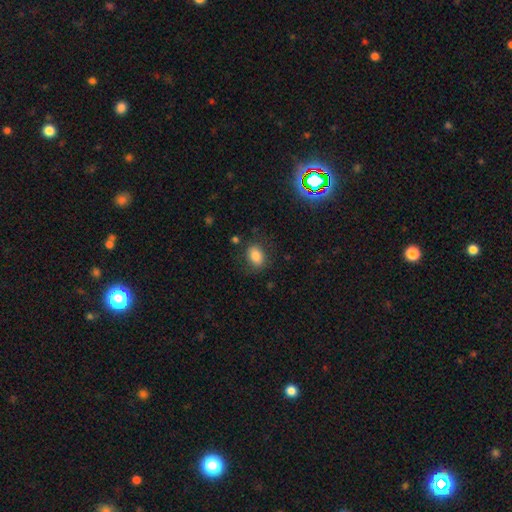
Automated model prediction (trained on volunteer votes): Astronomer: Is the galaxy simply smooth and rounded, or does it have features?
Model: smooth — 82%.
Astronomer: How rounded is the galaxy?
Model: in between — 72%.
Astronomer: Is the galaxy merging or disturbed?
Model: none — 78%.